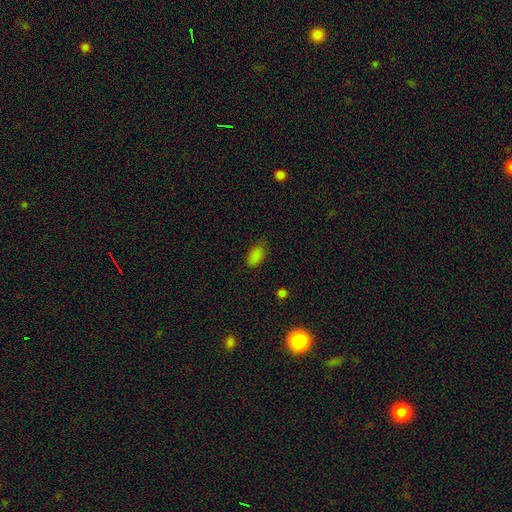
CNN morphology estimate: A smooth galaxy with no disk features (83%) that is in between round and cigar-shaped (92%). Merging: none (77%).